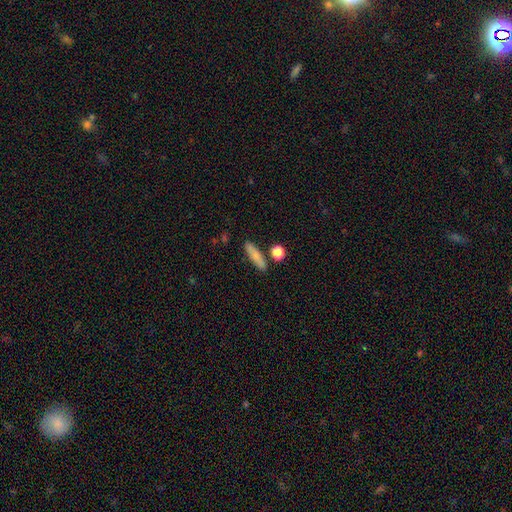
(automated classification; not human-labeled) Smooth or featured?
  - smooth: 76% *
  - featured or disk: 17%
  - star or artifact: 7%
How rounded?
  - cigar-shaped: 70% *
  - in between: 25%
  - round: 5%
Merging?
  - none: 80% *
  - minor disturbance: 11%
  - merger: 6%
  - major disturbance: 3%